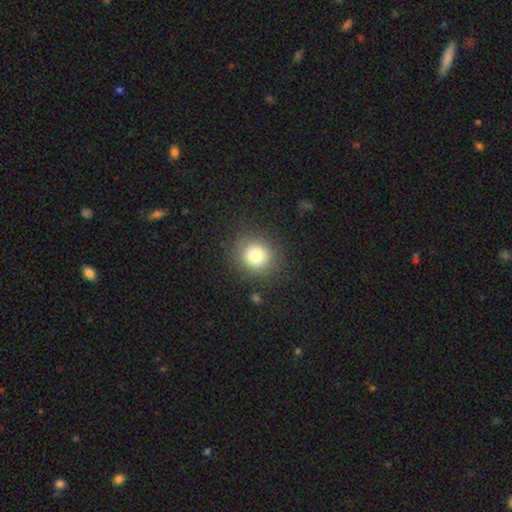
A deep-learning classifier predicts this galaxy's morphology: Q: Smooth or featured?
A: smooth (79%); runner-up: star or artifact (13%)
Q: How rounded?
A: round (89%); runner-up: in between (10%)
Q: Merging?
A: none (87%); runner-up: minor disturbance (8%)